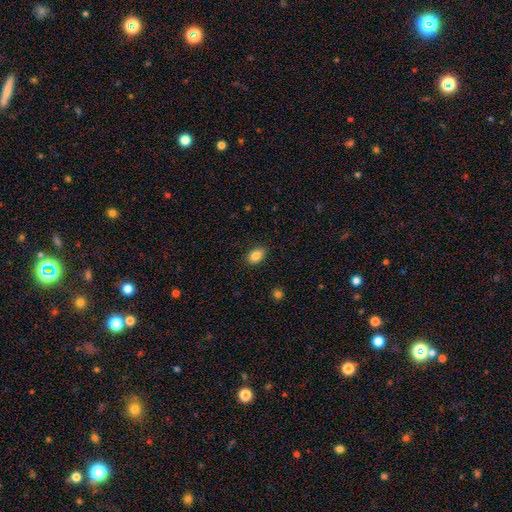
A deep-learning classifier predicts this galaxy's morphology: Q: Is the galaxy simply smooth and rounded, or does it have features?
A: smooth — 85%.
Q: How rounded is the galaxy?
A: in between — 84%.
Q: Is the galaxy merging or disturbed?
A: none — 87%.